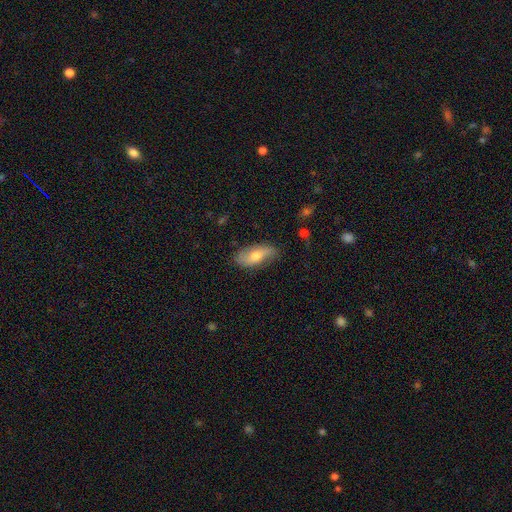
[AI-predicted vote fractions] A smooth galaxy with no disk features (52%) that is in between round and cigar-shaped (82%).

Vote fractions:
- Smooth or featured? smooth: 52% / featured or disk: 41% / star or artifact: 7%
- How rounded? in between: 82% / cigar-shaped: 14% / round: 4%
- Merging? none: 77% / minor disturbance: 17% / major disturbance: 4% / merger: 1%